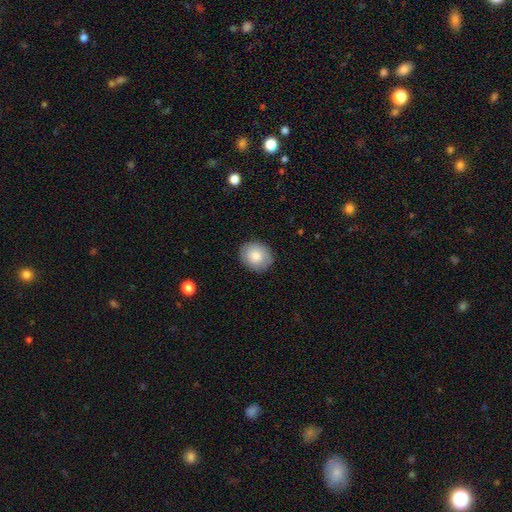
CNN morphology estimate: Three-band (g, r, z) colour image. It shows a smooth galaxy with no disk features (83%) that is round (64%). Merging: none (88%).